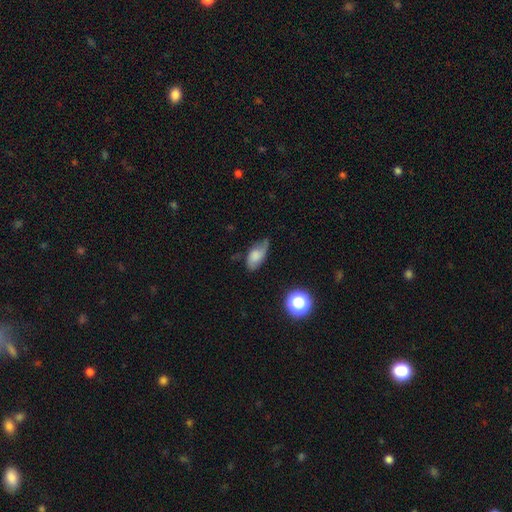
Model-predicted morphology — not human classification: This appears to be a smooth galaxy with no disk features (66%) that is in between round and cigar-shaped (88%). Merging: none (45%).